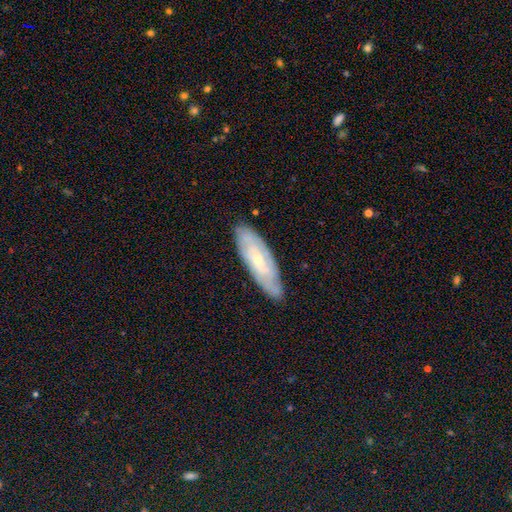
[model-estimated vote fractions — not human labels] Smooth or featured? featured or disk (66%)
Edge-on disk? no (76%)
Bar? no (65%)
Spiral arms? yes (83%)
Bulge size? small (64%)
Merging? none (85%)